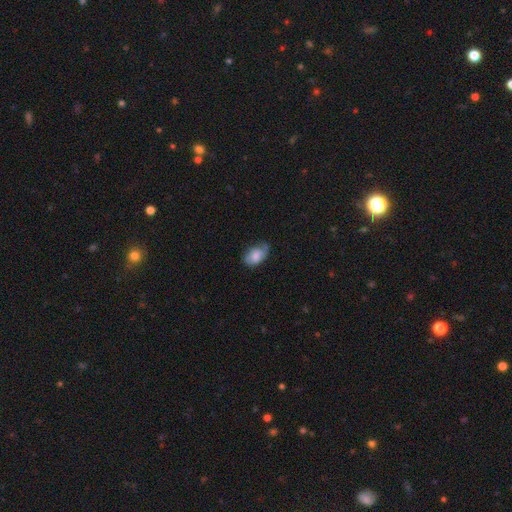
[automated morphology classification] smooth-or-featured: smooth: 70% | featured or disk: 22% | star or artifact: 7%
  how-rounded: in between: 90% | round: 9% | cigar-shaped: 2%
  merging: none: 57% | minor disturbance: 33% | major disturbance: 9% | merger: 2%